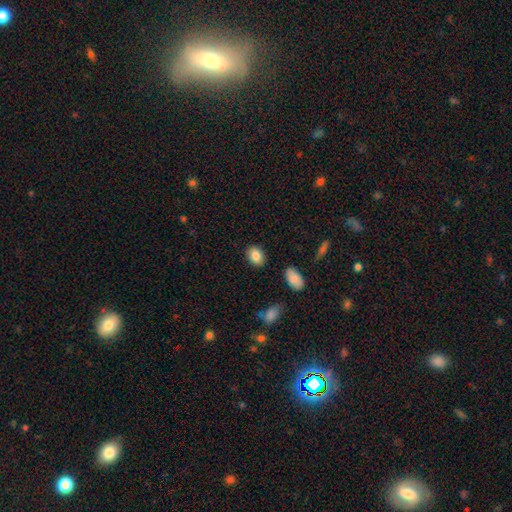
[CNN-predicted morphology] Smooth or featured: smooth — 84% (star or artifact — 8%)
How rounded: in between — 73% (round — 26%)
Merging: none — 87% (minor disturbance — 9%)